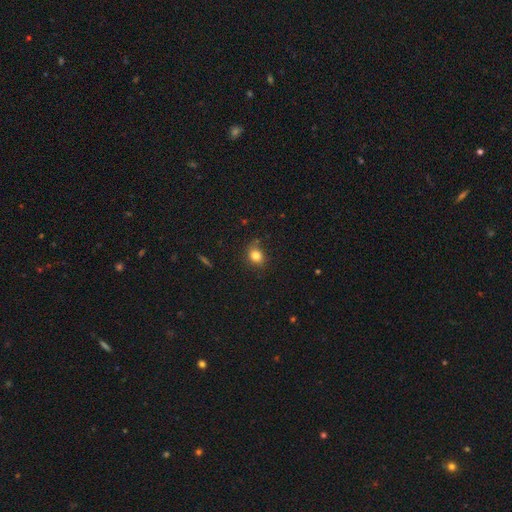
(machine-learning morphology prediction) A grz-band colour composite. It shows a smooth galaxy with no disk features (81%) that is round (58%). Merging: none (77%).